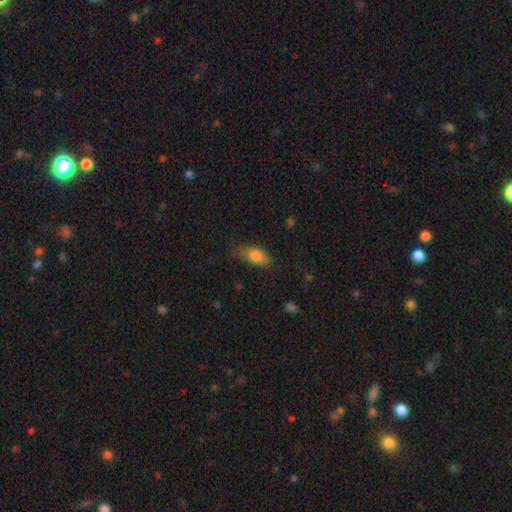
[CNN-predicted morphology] A smooth galaxy with no disk features (80%) that is in between round and cigar-shaped (84%). Merging: none (65%).